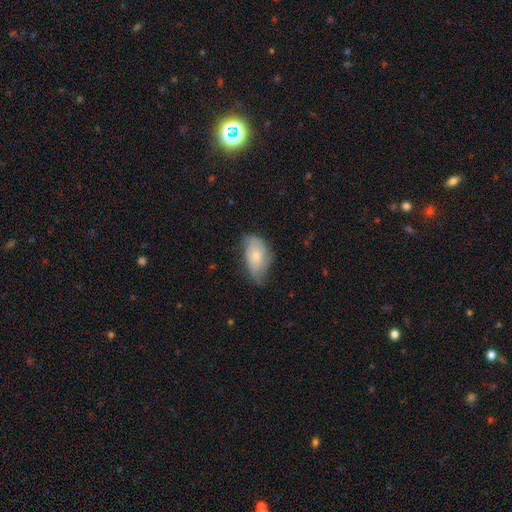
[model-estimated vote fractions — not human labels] Overall: smooth (63%; featured or disk 31%). How rounded: in between (92%). Merging: none (43%; minor disturbance 41%).